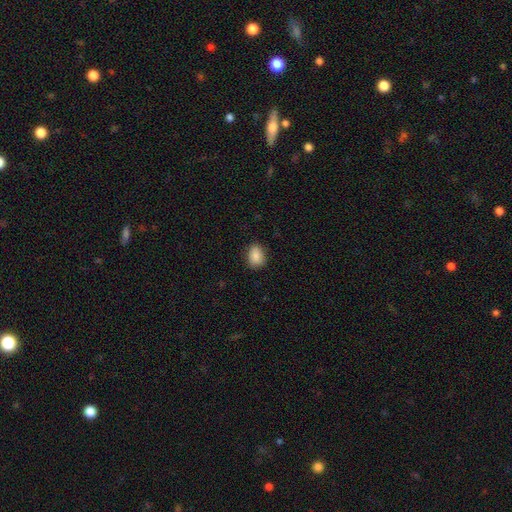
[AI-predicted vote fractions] This is clearly a smooth galaxy (88%). How rounded: likely in between (74%). Merging: clearly none (85%).